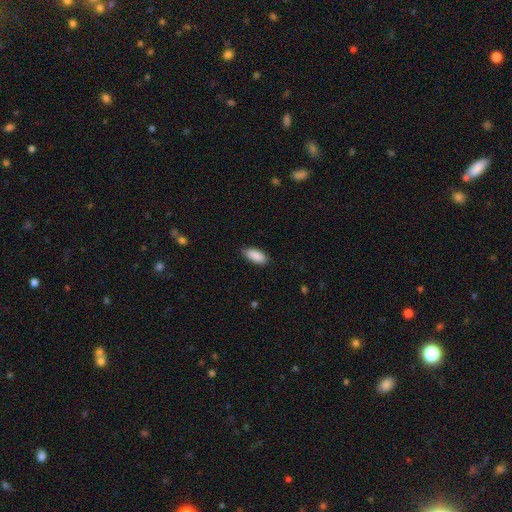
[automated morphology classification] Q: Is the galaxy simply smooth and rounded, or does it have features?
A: smooth — 90%.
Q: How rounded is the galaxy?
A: in between — 89%.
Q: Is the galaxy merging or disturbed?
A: none — 84%.